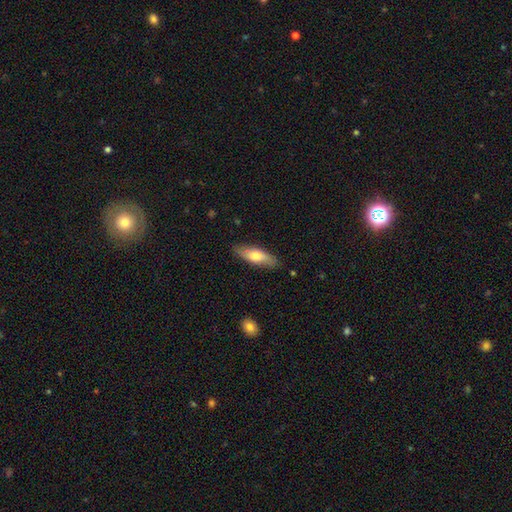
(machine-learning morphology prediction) type=smooth (67%); roundness=in between (54%); merging=none (84%).